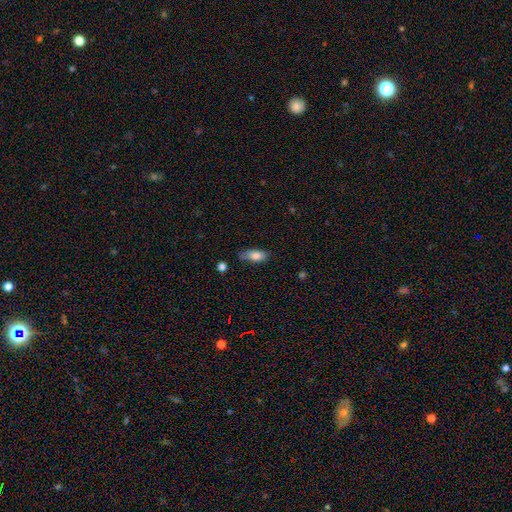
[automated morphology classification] Q: Smooth or featured?
A: smooth (80%); runner-up: featured or disk (12%)
Q: How rounded?
A: in between (81%); runner-up: cigar-shaped (16%)
Q: Merging?
A: none (60%); runner-up: minor disturbance (31%)